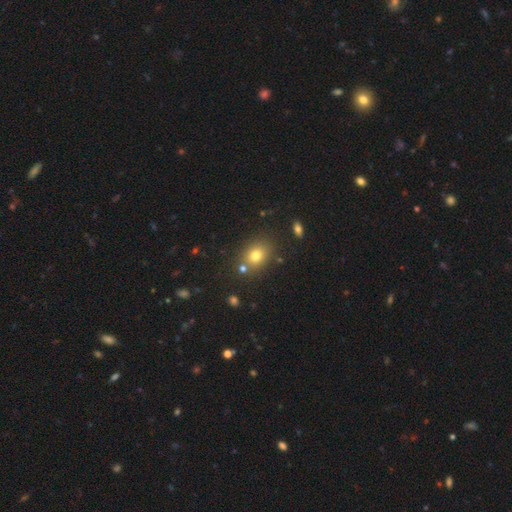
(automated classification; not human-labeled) A smooth galaxy with no disk features (75%) that is round (51%).

Vote fractions:
- Smooth or featured? smooth: 75% / star or artifact: 14% / featured or disk: 10%
- How rounded? round: 51% / in between: 48% / cigar-shaped: 1%
- Merging? none: 77% / minor disturbance: 11% / merger: 9% / major disturbance: 3%